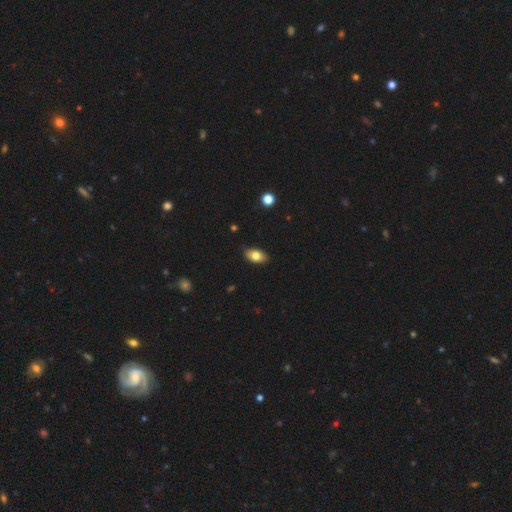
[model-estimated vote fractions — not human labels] The model was most divided on "smooth or featured": smooth: 78%, featured or disk: 14%, star or artifact: 8%. More confident: how rounded — in between (91%); merging — none (87%).